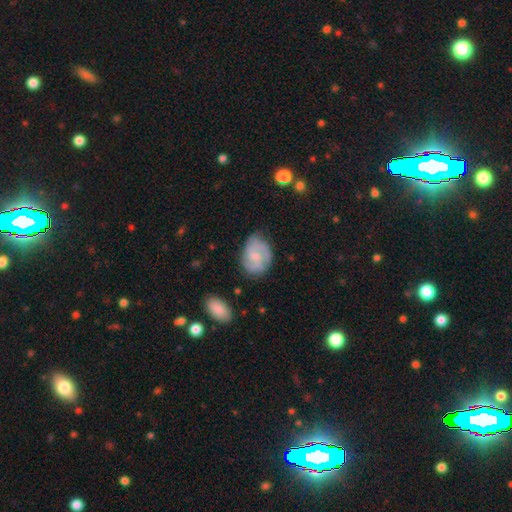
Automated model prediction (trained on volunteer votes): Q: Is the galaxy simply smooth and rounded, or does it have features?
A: featured or disk — 64%.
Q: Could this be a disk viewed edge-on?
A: no — 97%.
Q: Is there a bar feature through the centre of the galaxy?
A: no — 50%.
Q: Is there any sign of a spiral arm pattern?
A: yes — 90%.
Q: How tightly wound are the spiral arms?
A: medium — 45%.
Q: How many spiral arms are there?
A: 2 — 54%.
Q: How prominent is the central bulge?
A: small — 52%.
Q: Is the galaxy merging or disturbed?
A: none — 70%.